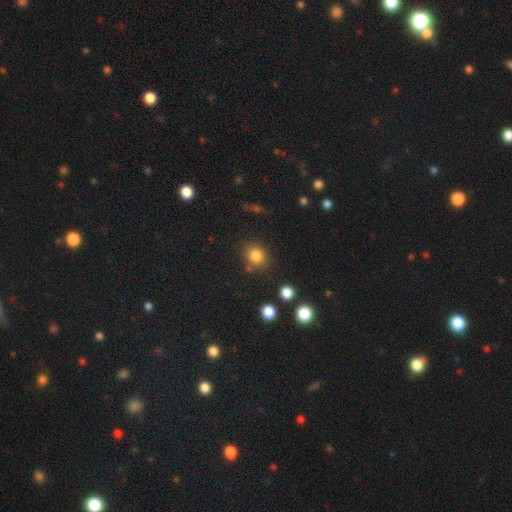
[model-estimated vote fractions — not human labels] Smooth or featured: smooth — 82% (star or artifact — 12%)
How rounded: round — 80% (in between — 19%)
Merging: none — 80% (minor disturbance — 11%)